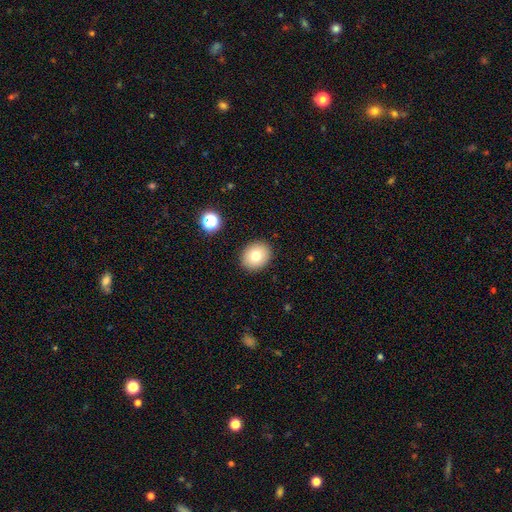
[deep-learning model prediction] This appears to be a smooth galaxy with no disk features (77%) that is round (60%). Merging: none (90%).